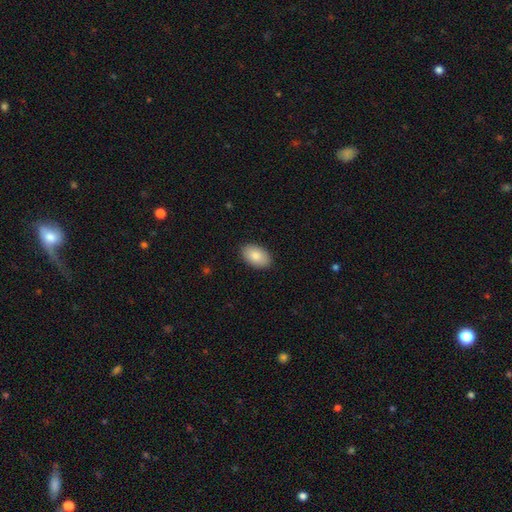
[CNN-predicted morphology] Q: Smooth or featured?
A: smooth (86%); runner-up: featured or disk (8%)
Q: How rounded?
A: in between (93%); runner-up: round (6%)
Q: Merging?
A: none (89%); runner-up: minor disturbance (8%)